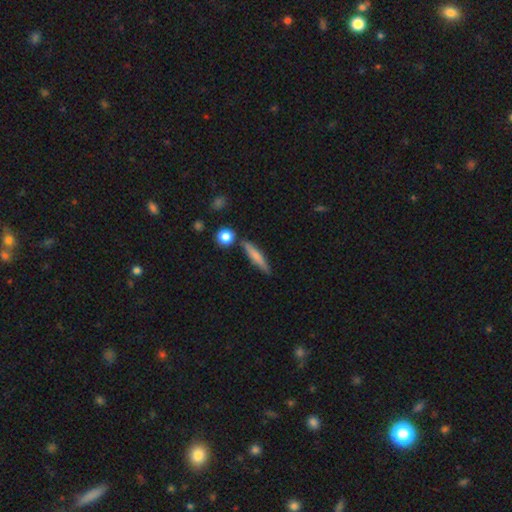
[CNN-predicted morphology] Smooth or featured: smooth — 63% (featured or disk — 30%)
How rounded: cigar-shaped — 85% (in between — 12%)
Merging: none — 79% (minor disturbance — 12%)